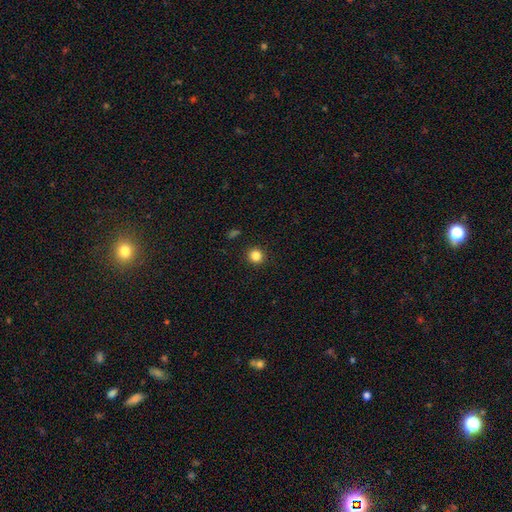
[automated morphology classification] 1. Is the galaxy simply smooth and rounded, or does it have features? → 84% smooth, 12% star or artifact, 4% featured or disk.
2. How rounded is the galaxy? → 93% round, 6% in between, 1% cigar-shaped.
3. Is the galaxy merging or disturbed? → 92% none, 5% minor disturbance, 2% major disturbance, 1% merger.